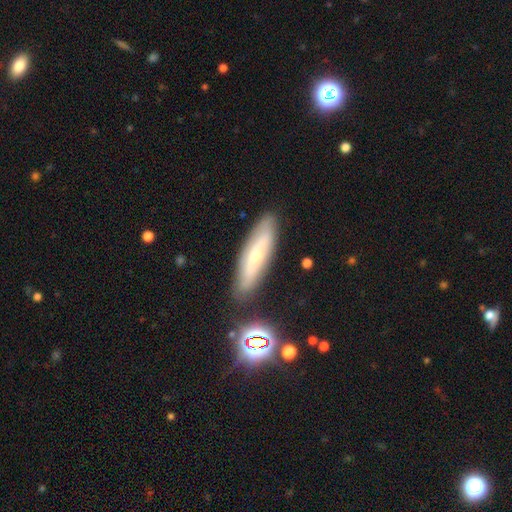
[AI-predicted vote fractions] Overall: featured or disk (49%; smooth 41%). Merging: none (82%).